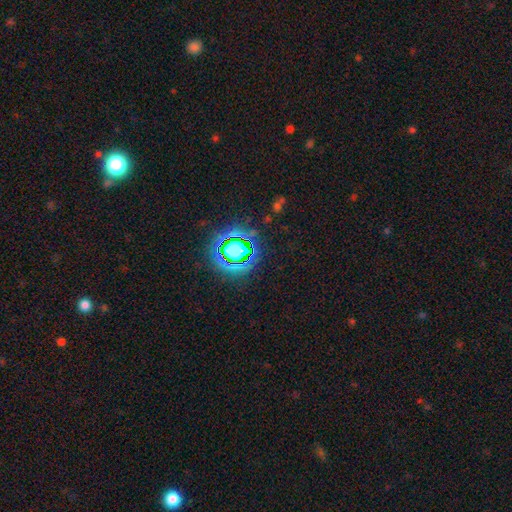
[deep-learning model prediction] A star or artifact, not a galaxy (80%).